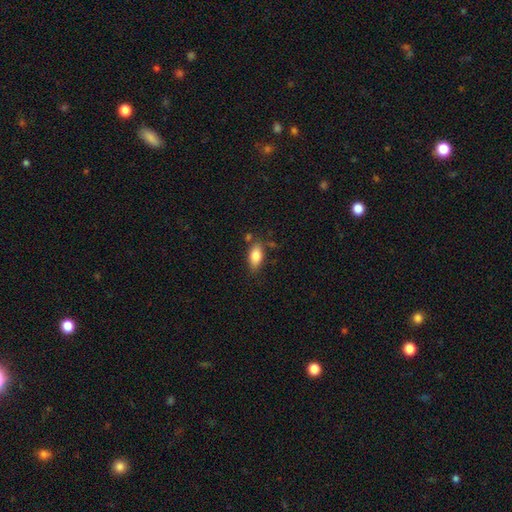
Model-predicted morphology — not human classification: This appears to be a smooth galaxy with no disk features (82%) that is in between round and cigar-shaped (87%). Merging: none (71%).